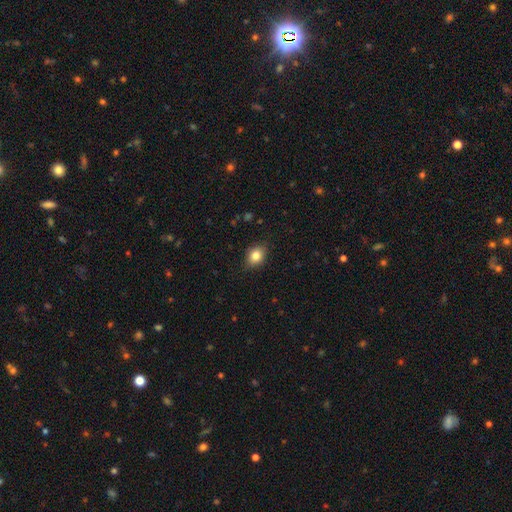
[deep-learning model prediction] Smooth or featured?
  - smooth: 83% *
  - star or artifact: 10%
  - featured or disk: 7%
How rounded?
  - in between: 50% *
  - round: 49%
  - cigar-shaped: 1%
Merging?
  - none: 83% *
  - minor disturbance: 13%
  - major disturbance: 3%
  - merger: 1%